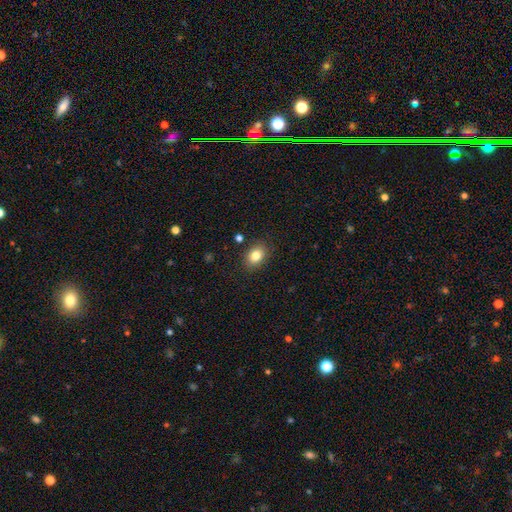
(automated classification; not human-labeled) Overall: smooth (83%). How rounded: in between (70%). Merging: none (86%).